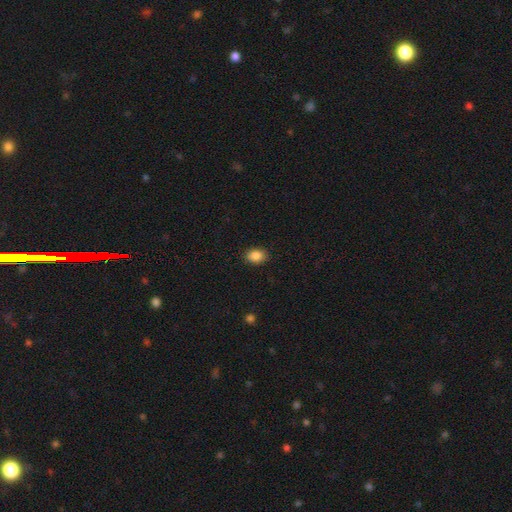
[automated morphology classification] A smooth galaxy with no disk features (87%) that is in between round and cigar-shaped (70%). Merging: none (89%).